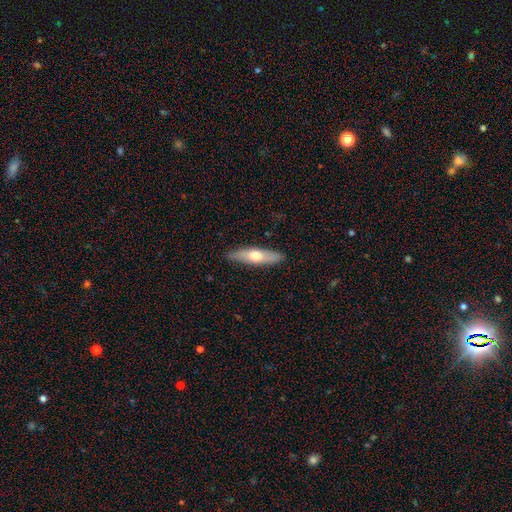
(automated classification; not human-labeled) A smooth galaxy with no disk features (52%) that is cigar-shaped (66%).

Vote fractions:
- Smooth or featured? smooth: 52% / featured or disk: 43% / star or artifact: 5%
- How rounded? cigar-shaped: 66% / in between: 32% / round: 2%
- Merging? none: 88% / minor disturbance: 9% / major disturbance: 2% / merger: 1%